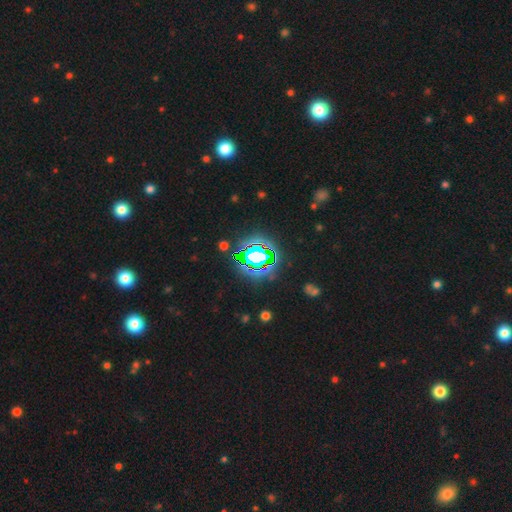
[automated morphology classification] This is likely a star or artifact rather than a galaxy (76%).